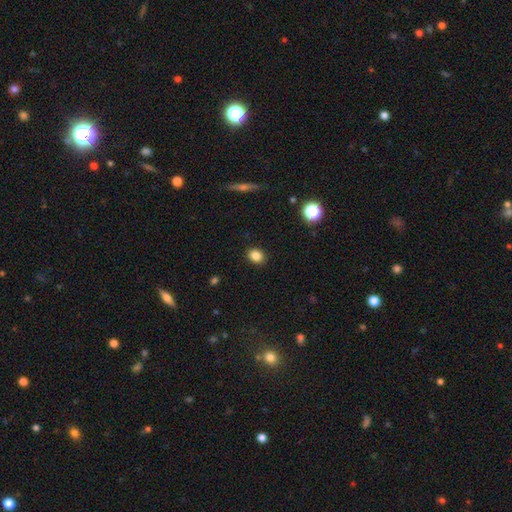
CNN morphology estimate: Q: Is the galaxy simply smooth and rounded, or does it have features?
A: smooth — 84%.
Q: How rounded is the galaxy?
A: round — 55%.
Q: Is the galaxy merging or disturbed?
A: none — 90%.